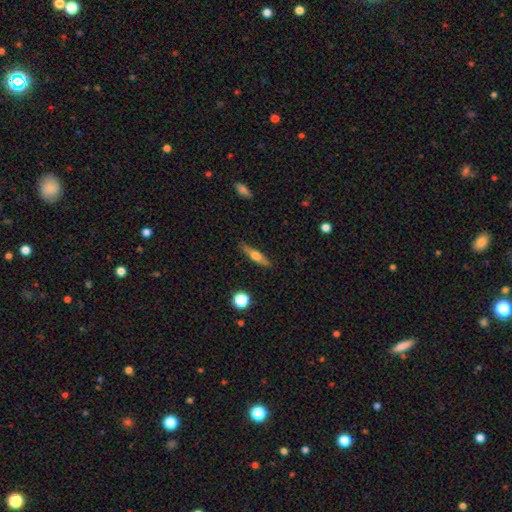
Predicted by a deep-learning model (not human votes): featured or disk 51%, smooth 42%, star or artifact 7%. Down the decision tree: edge-on disk — yes (94%); merging — none (88%).